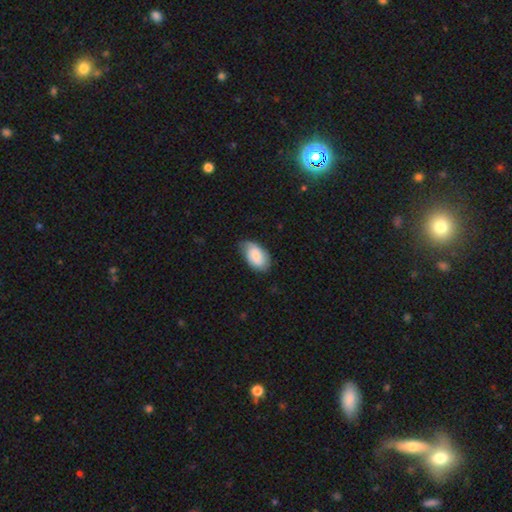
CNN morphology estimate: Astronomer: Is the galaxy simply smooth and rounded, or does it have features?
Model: smooth — 71%.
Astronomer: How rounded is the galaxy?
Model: in between — 92%.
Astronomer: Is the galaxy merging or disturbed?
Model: none — 61%.